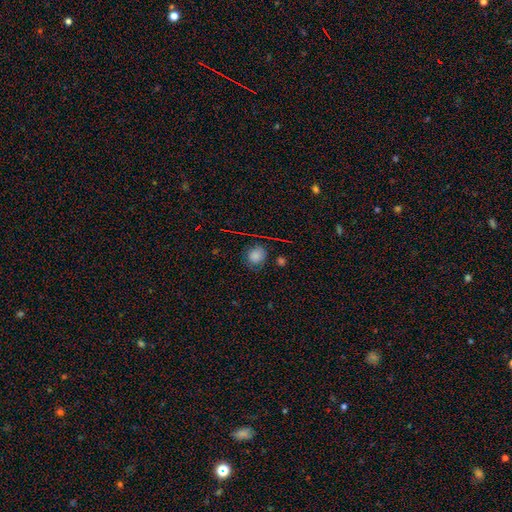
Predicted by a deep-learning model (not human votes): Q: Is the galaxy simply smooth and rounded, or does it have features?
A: smooth — 75%.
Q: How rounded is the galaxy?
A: round — 81%.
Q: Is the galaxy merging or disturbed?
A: none — 73%.